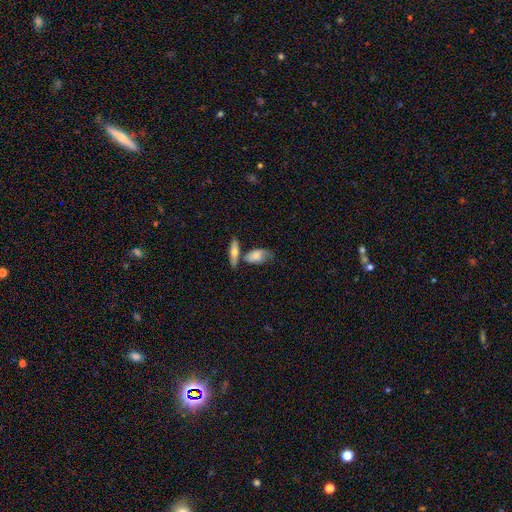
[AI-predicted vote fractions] Q: Smooth or featured?
A: smooth (59%); runner-up: featured or disk (34%)
Q: How rounded?
A: in between (82%); runner-up: cigar-shaped (11%)
Q: Merging?
A: none (40%); runner-up: minor disturbance (24%)